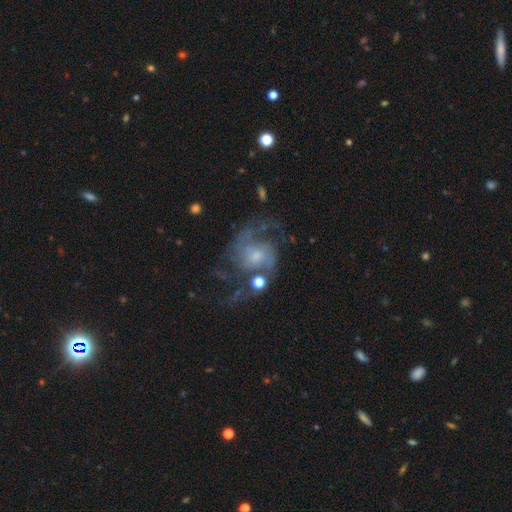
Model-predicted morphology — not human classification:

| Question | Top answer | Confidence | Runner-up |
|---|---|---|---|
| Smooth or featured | featured or disk | 83% | smooth (9%) |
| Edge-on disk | no | 98% | yes (2%) |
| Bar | no | 63% | weak (32%) |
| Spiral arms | yes | 93% | no (7%) |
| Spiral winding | medium | 51% | loose (31%) |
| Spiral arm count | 2 | 67% | can't tell (13%) |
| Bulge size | small | 56% | moderate (30%) |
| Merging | none | 50% | major disturbance (26%) |